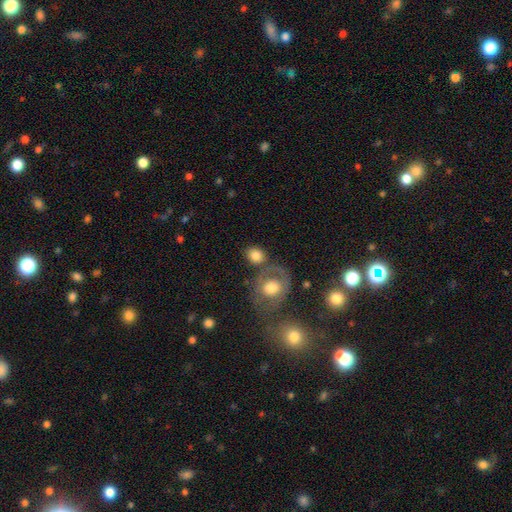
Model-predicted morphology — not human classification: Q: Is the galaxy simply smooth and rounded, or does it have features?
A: smooth — 79%.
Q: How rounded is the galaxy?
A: round — 63%.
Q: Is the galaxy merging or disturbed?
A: none — 56%.